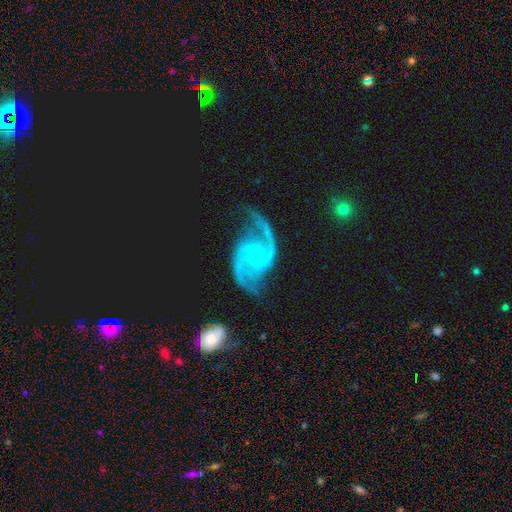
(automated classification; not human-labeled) A featured or disk galaxy (94%) with no bar (62%), 2 (88%) medium (58%) spiral arms (99%) and a small central bulge (80%). Merging: none (65%).